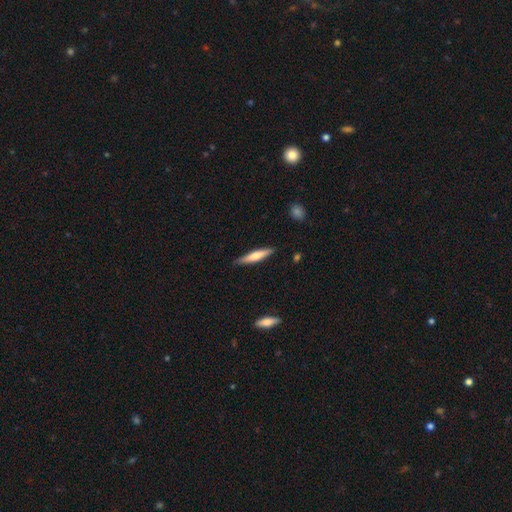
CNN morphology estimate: type=smooth (57%); roundness=cigar-shaped (86%); merging=none (87%).